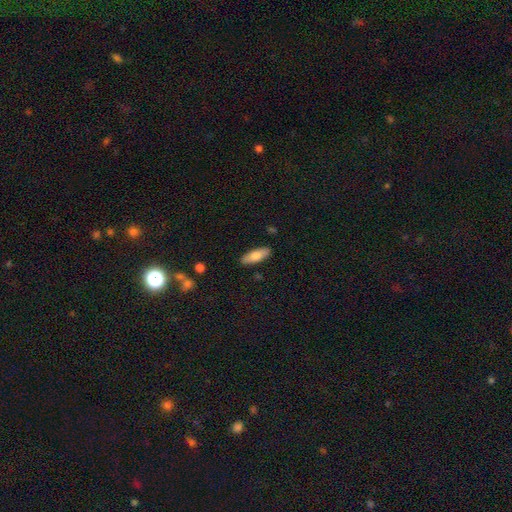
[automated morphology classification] Smooth or featured: smooth — 76% (featured or disk — 18%)
How rounded: in between — 62% (cigar-shaped — 36%)
Merging: none — 88% (minor disturbance — 9%)